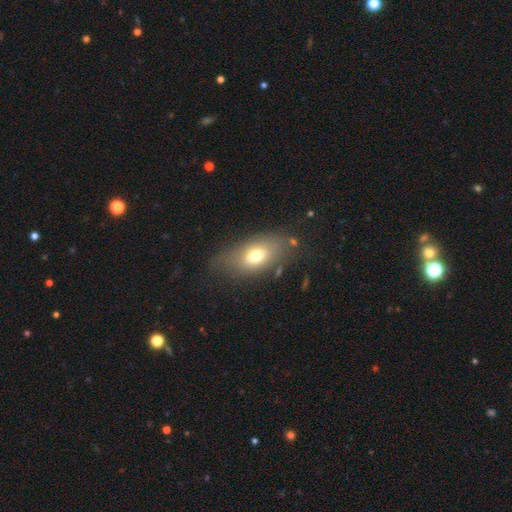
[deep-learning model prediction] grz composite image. It shows a smooth galaxy with no disk features (70%) that is in between round and cigar-shaped (86%). Merging: none (66%).